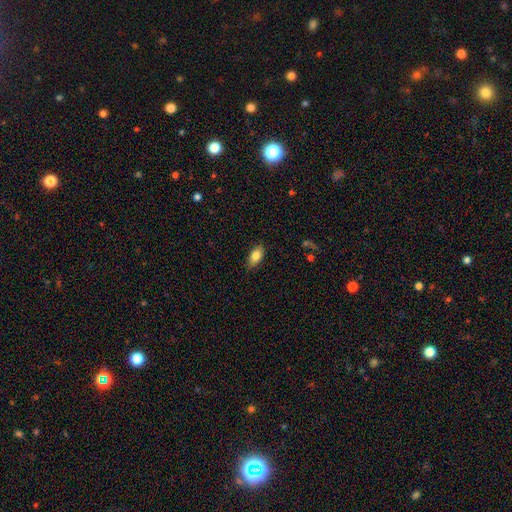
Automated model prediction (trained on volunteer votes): smooth-or-featured: smooth: 81% | featured or disk: 12% | star or artifact: 7%
  how-rounded: in between: 89% | cigar-shaped: 7% | round: 5%
  merging: none: 85% | minor disturbance: 12% | major disturbance: 2% | merger: 1%